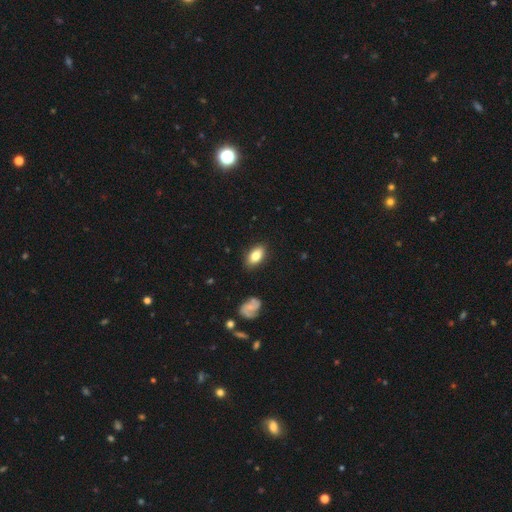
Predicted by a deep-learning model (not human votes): Smooth or featured? Predicted: smooth (p=0.80). How rounded? Predicted: in between (p=0.90). Merging? Predicted: none (p=0.84).